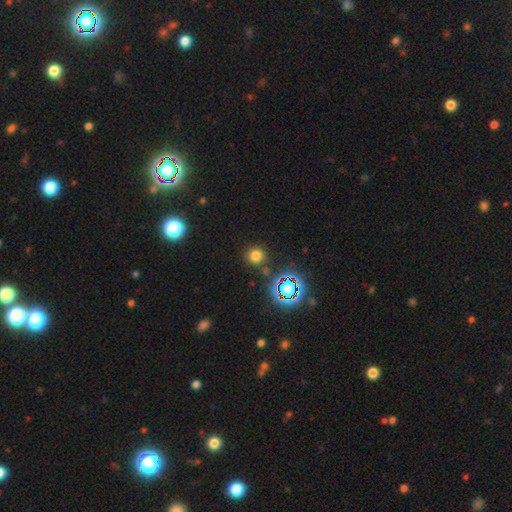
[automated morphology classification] Smooth or featured: smooth — 71% (star or artifact — 23%)
How rounded: round — 93% (in between — 6%)
Merging: none — 86% (minor disturbance — 7%)